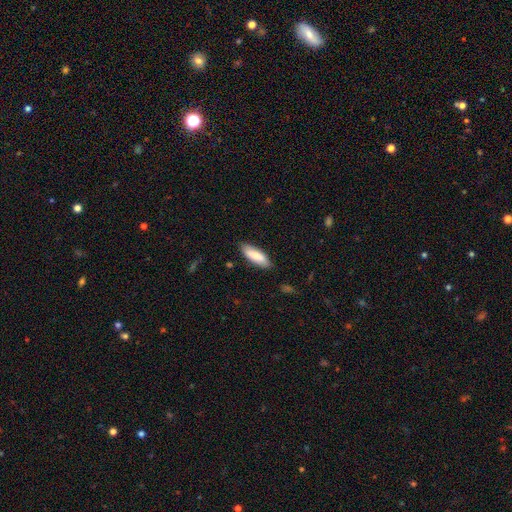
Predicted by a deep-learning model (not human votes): Smooth or featured?
  - smooth: 81% *
  - featured or disk: 14%
  - star or artifact: 6%
How rounded?
  - in between: 61% *
  - cigar-shaped: 37%
  - round: 2%
Merging?
  - none: 84% *
  - minor disturbance: 12%
  - major disturbance: 2%
  - merger: 1%